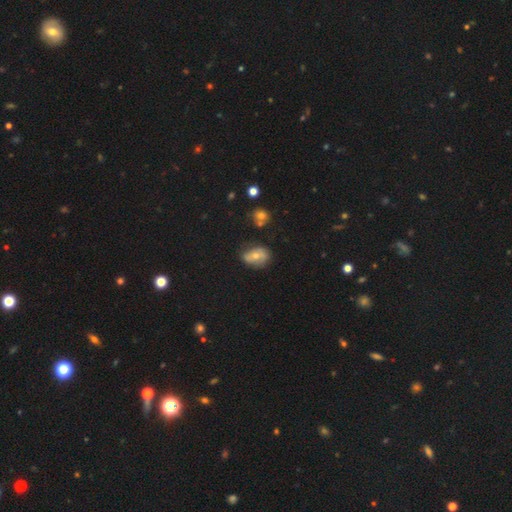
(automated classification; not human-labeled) Q: Smooth or featured?
A: smooth (48%); runner-up: featured or disk (42%)
Q: Merging?
A: none (64%); runner-up: minor disturbance (25%)